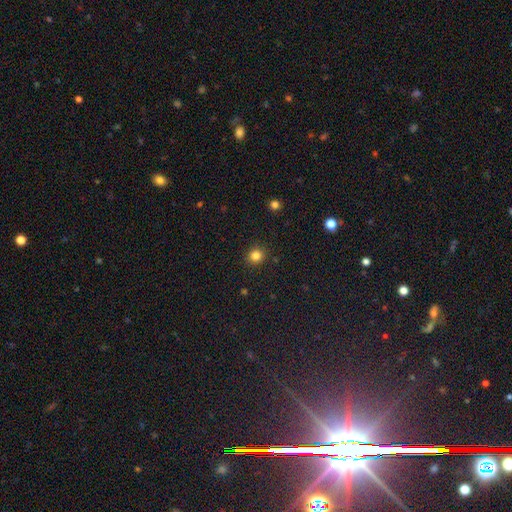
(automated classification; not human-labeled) Smooth or featured?
  - smooth: 83% *
  - star or artifact: 13%
  - featured or disk: 4%
How rounded?
  - round: 87% *
  - in between: 12%
  - cigar-shaped: 1%
Merging?
  - none: 90% *
  - minor disturbance: 7%
  - major disturbance: 2%
  - merger: 1%